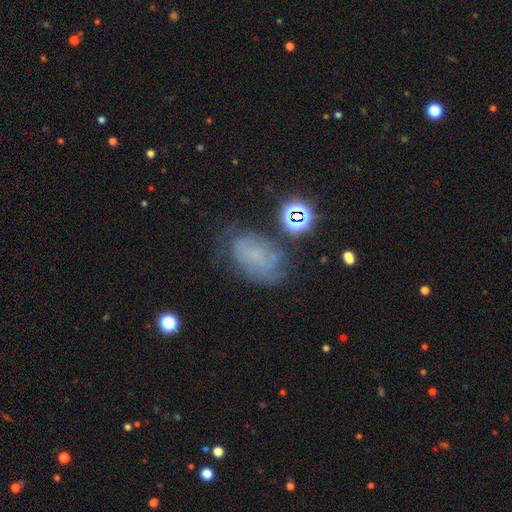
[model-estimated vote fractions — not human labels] Smooth or featured? Predicted: featured or disk (p=0.39). Merging? Predicted: none (p=0.53).